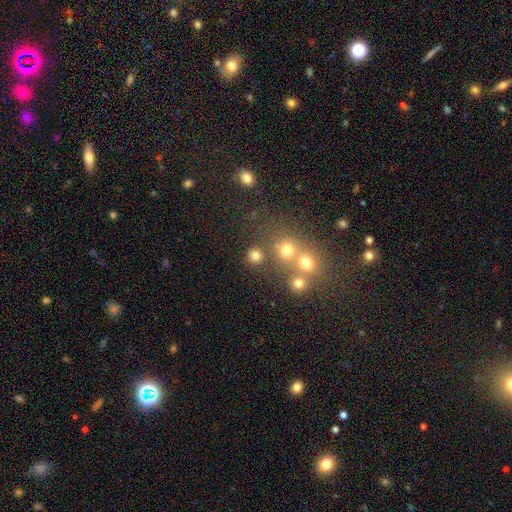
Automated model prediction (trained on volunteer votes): Smooth or featured: smooth — 78% (star or artifact — 16%)
How rounded: round — 92% (in between — 7%)
Merging: none — 77% (merger — 14%)